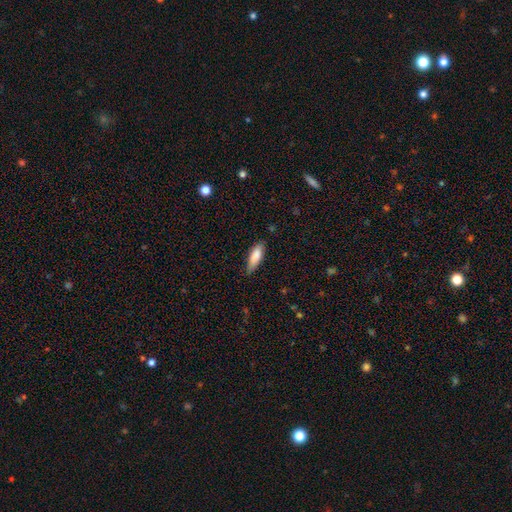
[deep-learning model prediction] The model was most divided on "how rounded": in between: 52%, cigar-shaped: 47%, round: 2%. More confident: smooth or featured — smooth (82%); merging — none (73%).